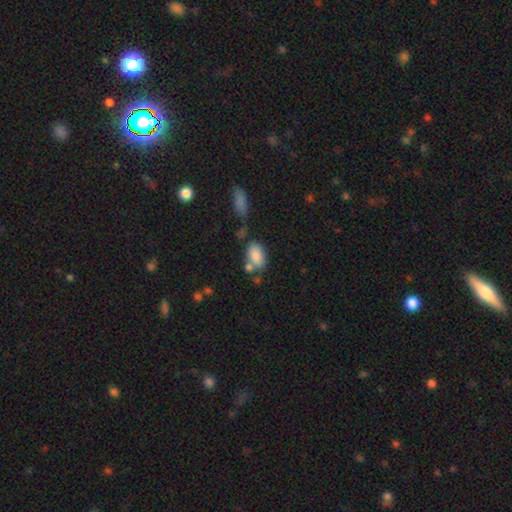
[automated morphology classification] smooth_or_featured: smooth (p=0.84) [alt: star or artifact p=0.08]
how_rounded: in between (p=0.91) [alt: round p=0.06]
merging: none (p=0.55) [alt: merger p=0.22]